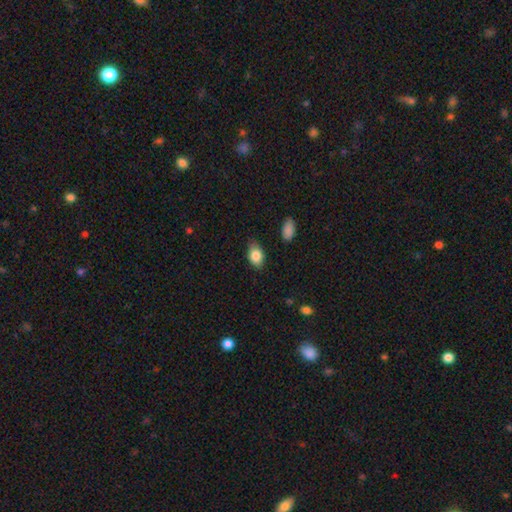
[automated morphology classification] Q: Smooth or featured?
A: smooth (84%); runner-up: featured or disk (9%)
Q: How rounded?
A: in between (88%); runner-up: round (10%)
Q: Merging?
A: none (76%); runner-up: minor disturbance (19%)